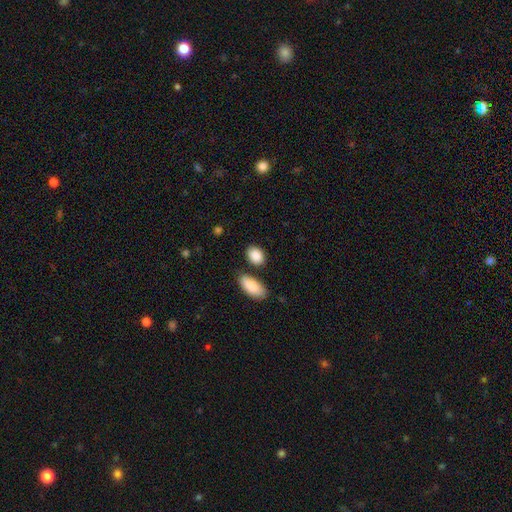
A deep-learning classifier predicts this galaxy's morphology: This appears to be a smooth galaxy with no disk features (89%) that is in between round and cigar-shaped (77%). Merging: none (73%).